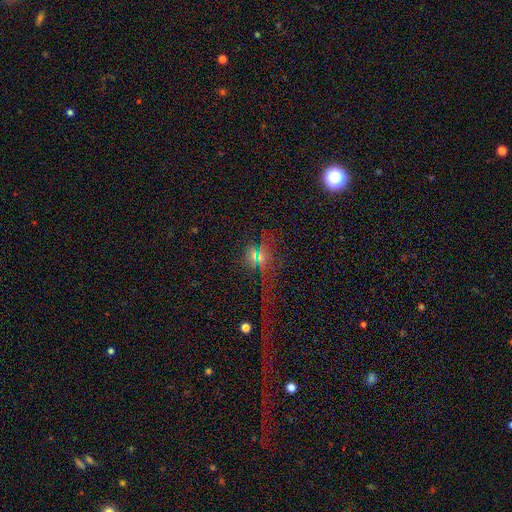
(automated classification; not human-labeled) Q: Smooth or featured?
A: star or artifact (58%); runner-up: smooth (30%)